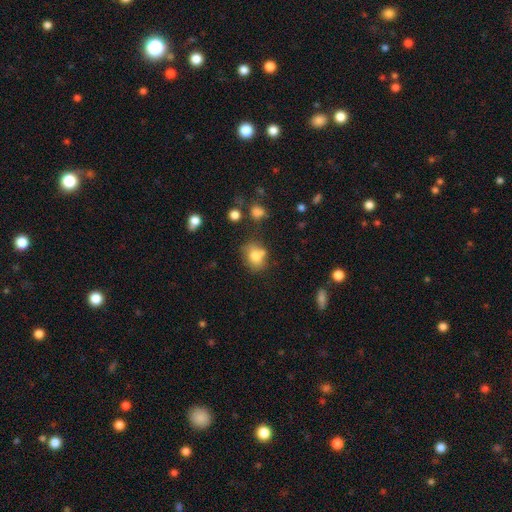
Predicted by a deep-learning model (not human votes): The model was most divided on "how rounded": round: 50%, in between: 49%, cigar-shaped: 1%. More confident: smooth or featured — smooth (77%); merging — none (54%).